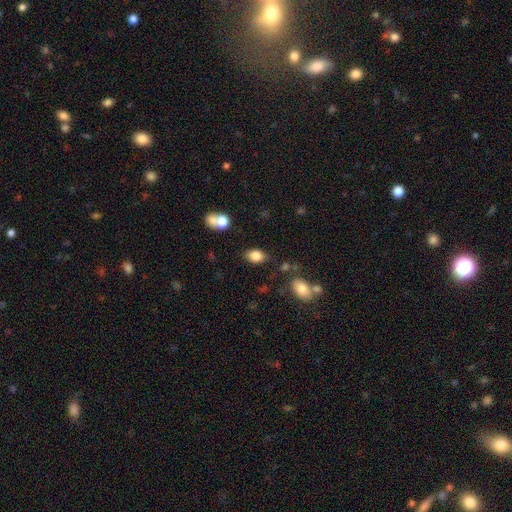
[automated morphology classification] The model was most divided on "how rounded": in between: 77%, round: 21%, cigar-shaped: 1%. More confident: smooth or featured — smooth (84%); merging — none (76%).